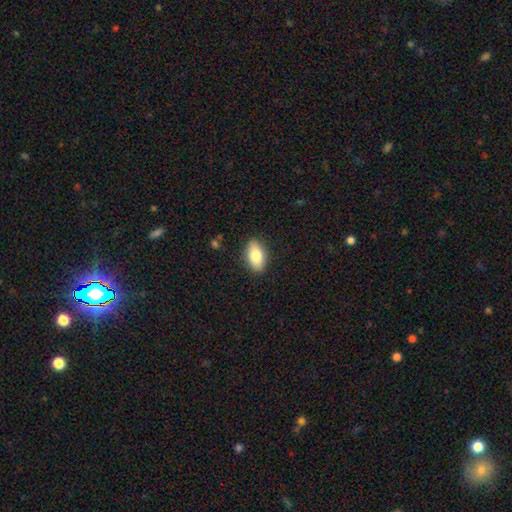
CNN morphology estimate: Smooth or featured? smooth (80%)
How rounded? in between (90%)
Merging? none (88%)